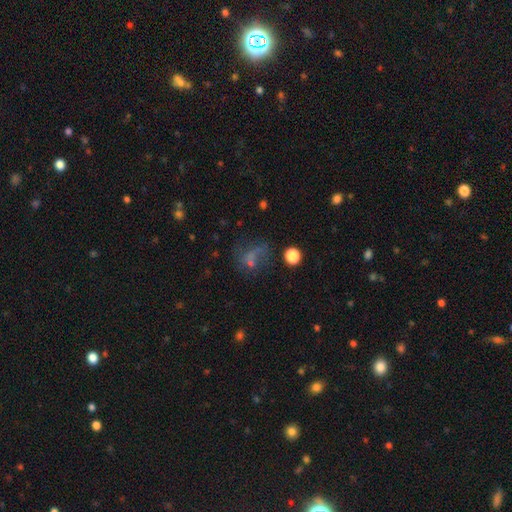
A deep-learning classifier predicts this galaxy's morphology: Smooth or featured: star or artifact — 37% (smooth — 34%)